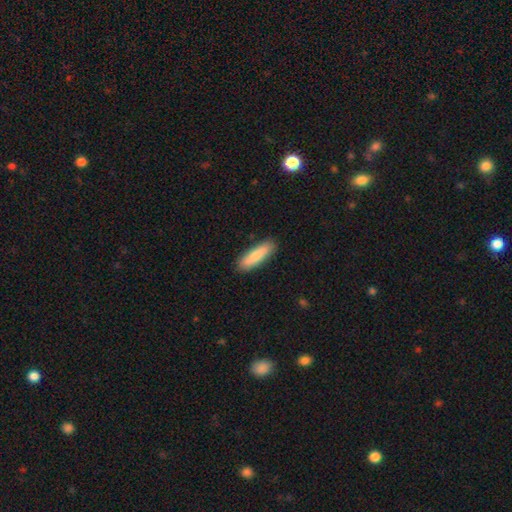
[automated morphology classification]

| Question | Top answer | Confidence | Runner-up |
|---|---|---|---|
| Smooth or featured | smooth | 80% | featured or disk (15%) |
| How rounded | cigar-shaped | 65% | in between (33%) |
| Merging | none | 88% | minor disturbance (9%) |